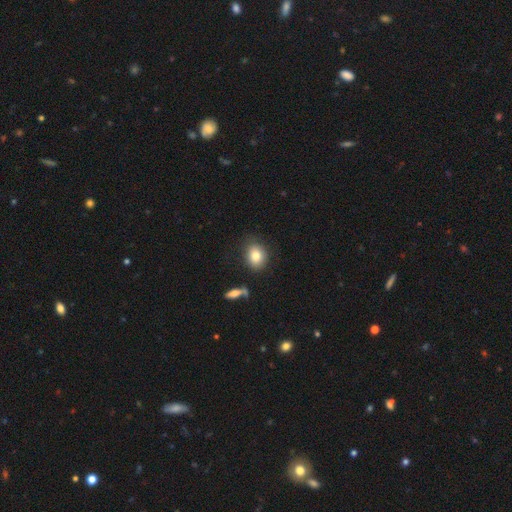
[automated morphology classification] Overall: smooth (80%). How rounded: in between (49%, tied with round). Merging: none (82%).